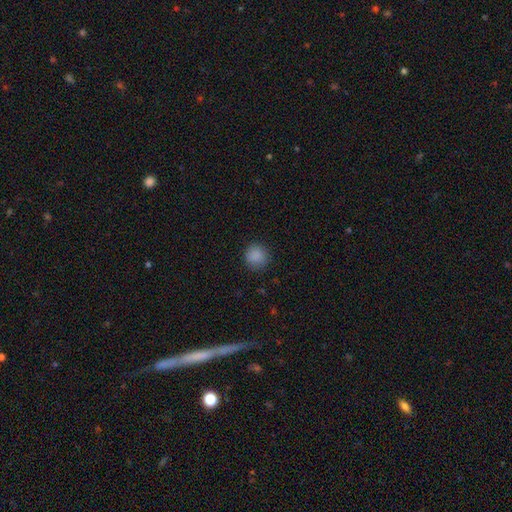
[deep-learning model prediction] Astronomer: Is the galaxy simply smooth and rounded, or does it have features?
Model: smooth — 87%.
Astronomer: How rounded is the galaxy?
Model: round — 91%.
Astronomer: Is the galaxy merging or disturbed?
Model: none — 87%.